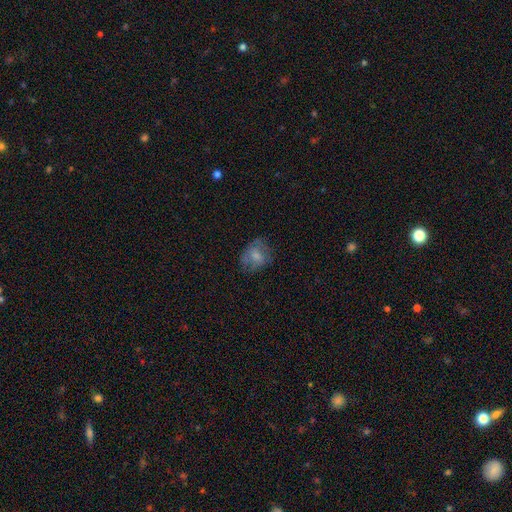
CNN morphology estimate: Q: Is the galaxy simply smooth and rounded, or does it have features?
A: smooth — 60%.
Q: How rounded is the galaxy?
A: round — 51%.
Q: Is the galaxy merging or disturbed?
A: none — 58%.